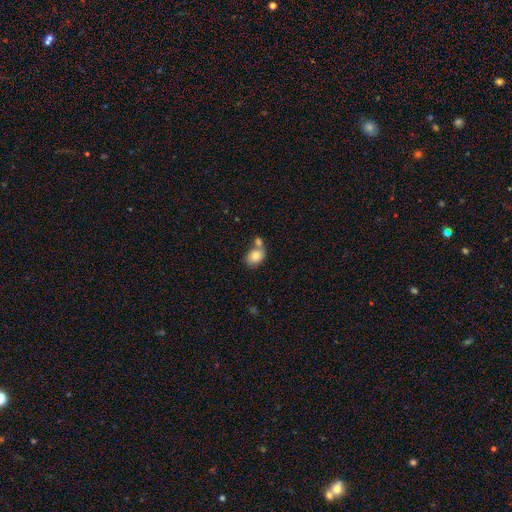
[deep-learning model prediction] Smooth or featured?
  - smooth: 81% *
  - featured or disk: 11%
  - star or artifact: 8%
How rounded?
  - in between: 67% *
  - round: 32%
  - cigar-shaped: 1%
Merging?
  - none: 43% *
  - merger: 41%
  - minor disturbance: 12%
  - major disturbance: 4%